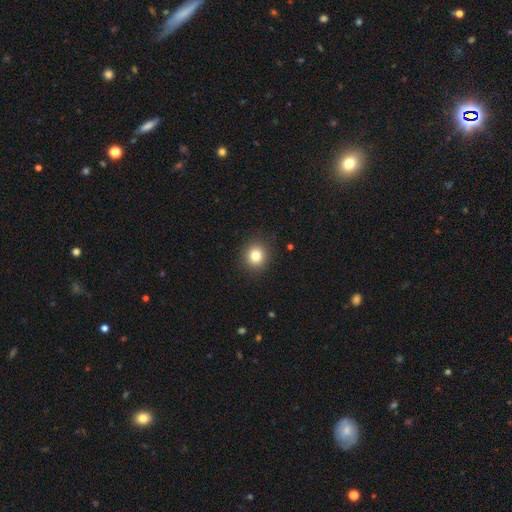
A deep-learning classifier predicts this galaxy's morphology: smooth-or-featured: smooth: 82% | star or artifact: 11% | featured or disk: 7%
  how-rounded: round: 86% | in between: 13% | cigar-shaped: 1%
  merging: none: 90% | minor disturbance: 7% | major disturbance: 2% | merger: 1%